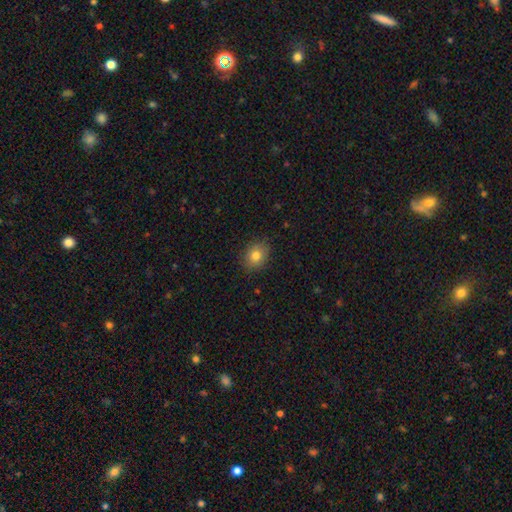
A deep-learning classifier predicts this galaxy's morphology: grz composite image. It shows a smooth galaxy with no disk features (80%) that is round (51%). Merging: none (86%).